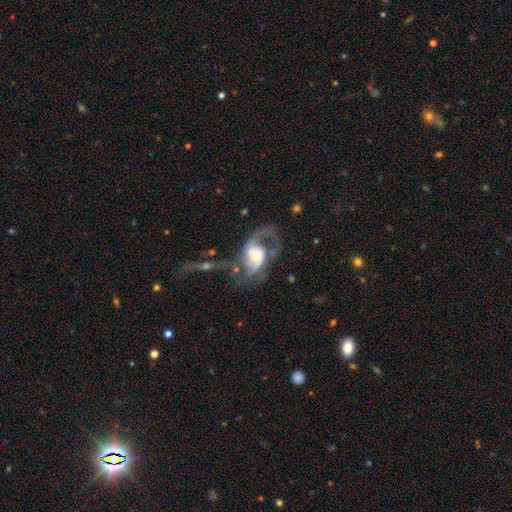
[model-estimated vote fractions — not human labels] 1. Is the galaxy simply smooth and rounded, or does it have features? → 80% featured or disk, 14% smooth, 7% star or artifact.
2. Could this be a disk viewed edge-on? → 97% no, 3% yes.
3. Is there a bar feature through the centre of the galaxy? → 60% no, 30% weak, 10% strong.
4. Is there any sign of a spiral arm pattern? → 88% yes, 12% no.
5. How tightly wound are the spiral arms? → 47% loose, 39% medium, 14% tight.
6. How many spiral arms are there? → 62% 2, 20% 1, 10% can't tell, 4% 3, 2% 4, 2% more than 4.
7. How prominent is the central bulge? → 60% moderate, 24% small, 13% large, 2% dominant, 2% none.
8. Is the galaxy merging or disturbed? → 41% major disturbance, 28% none, 18% merger, 14% minor disturbance.